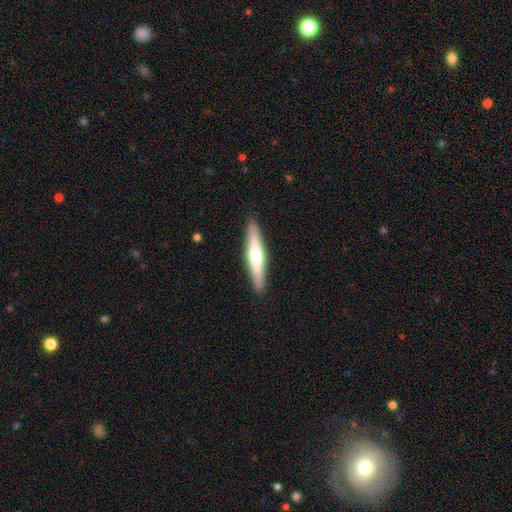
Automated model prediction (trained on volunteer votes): Smooth or featured? Predicted: featured or disk (p=0.51). Edge-on disk? Predicted: yes (p=0.93). Merging? Predicted: none (p=0.91).